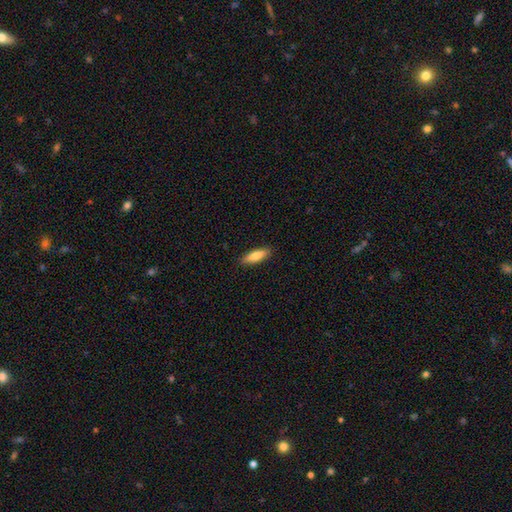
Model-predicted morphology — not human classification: Smooth or featured?
  - smooth: 79% *
  - featured or disk: 15%
  - star or artifact: 6%
How rounded?
  - in between: 49% * (tied)
  - cigar-shaped: 49% * (tied)
  - round: 2%
Merging?
  - none: 89% *
  - minor disturbance: 8%
  - major disturbance: 2%
  - merger: 1%